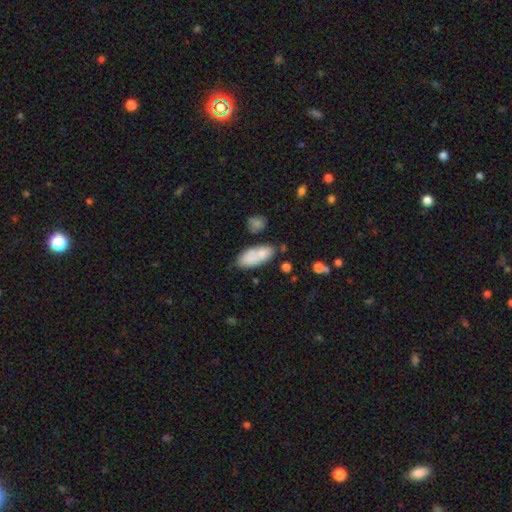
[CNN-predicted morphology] Smooth or featured?
  - smooth: 78% *
  - featured or disk: 15%
  - star or artifact: 7%
How rounded?
  - in between: 82% *
  - cigar-shaped: 15%
  - round: 3%
Merging?
  - none: 56% *
  - minor disturbance: 21%
  - merger: 17%
  - major disturbance: 6%